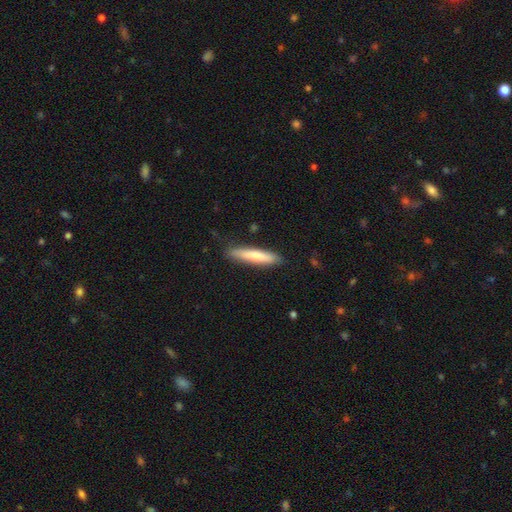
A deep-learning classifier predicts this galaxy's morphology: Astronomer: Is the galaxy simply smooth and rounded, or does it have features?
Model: smooth — 74%.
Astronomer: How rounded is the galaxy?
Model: cigar-shaped — 90%.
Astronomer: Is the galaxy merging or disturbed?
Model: none — 86%.